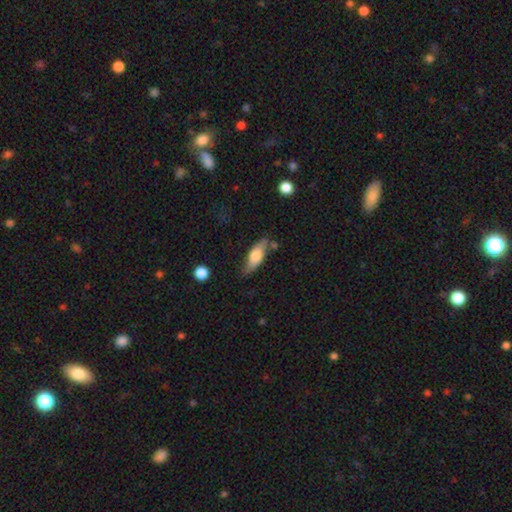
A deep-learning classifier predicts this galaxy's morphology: A smooth galaxy with no disk features (62%) that is in between round and cigar-shaped (66%). Merging: none (67%).